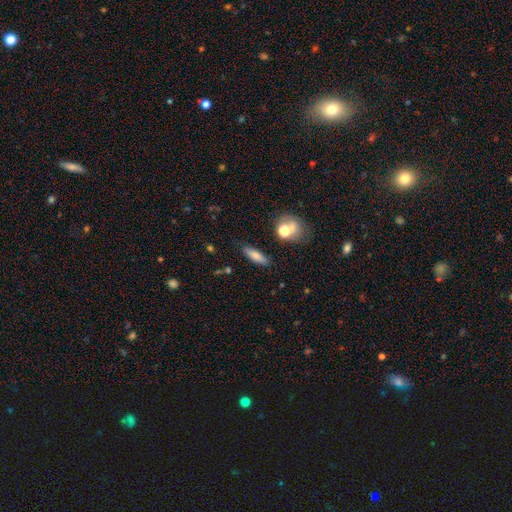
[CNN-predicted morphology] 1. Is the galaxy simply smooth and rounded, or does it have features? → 75% smooth, 15% featured or disk, 10% star or artifact.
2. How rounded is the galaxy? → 49% cigar-shaped, 46% in between, 5% round.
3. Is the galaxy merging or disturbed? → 83% none, 10% minor disturbance, 4% merger, 3% major disturbance.